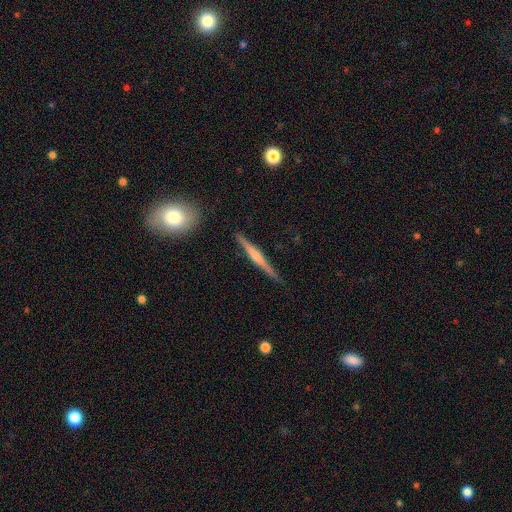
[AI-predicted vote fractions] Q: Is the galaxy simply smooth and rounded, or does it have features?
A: featured or disk — 63%.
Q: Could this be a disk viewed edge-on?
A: yes — 98%.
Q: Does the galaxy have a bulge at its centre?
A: rounded — 53%.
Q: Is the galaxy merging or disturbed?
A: none — 89%.